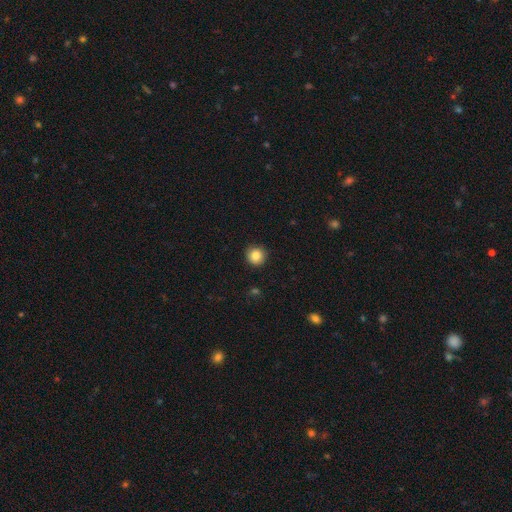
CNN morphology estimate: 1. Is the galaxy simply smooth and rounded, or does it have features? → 85% smooth, 10% star or artifact, 6% featured or disk.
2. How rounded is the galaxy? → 95% round, 5% in between, 1% cigar-shaped.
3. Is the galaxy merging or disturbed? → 91% none, 6% minor disturbance, 2% major disturbance, 1% merger.